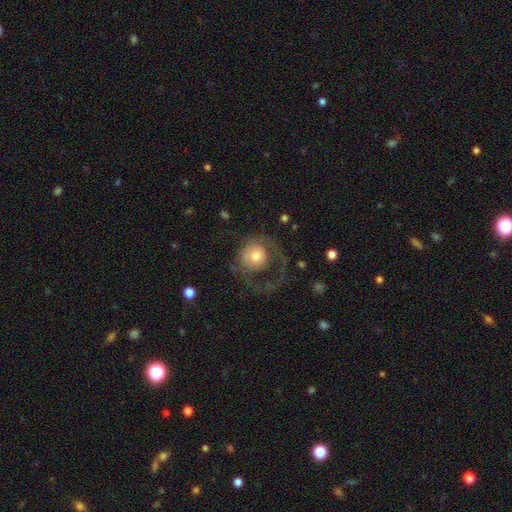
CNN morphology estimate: Smooth or featured?
  - smooth: 47% *
  - featured or disk: 45%
  - star or artifact: 8%
Merging?
  - major disturbance: 48% *
  - none: 35%
  - minor disturbance: 15%
  - merger: 2%